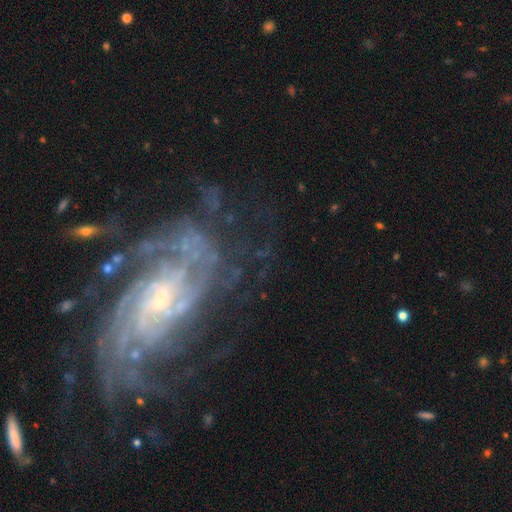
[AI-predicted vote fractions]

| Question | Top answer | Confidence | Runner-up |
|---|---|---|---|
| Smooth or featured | featured or disk | 89% | star or artifact (7%) |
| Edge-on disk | no | 96% | yes (4%) |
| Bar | weak | 43% | no (41%) |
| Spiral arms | yes | 98% | no (2%) |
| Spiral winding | tight | 67% | medium (27%) |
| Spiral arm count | can't tell | 30% | 4 (17%) |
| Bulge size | small | 57% | moderate (33%) |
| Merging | none | 70% | minor disturbance (17%) |